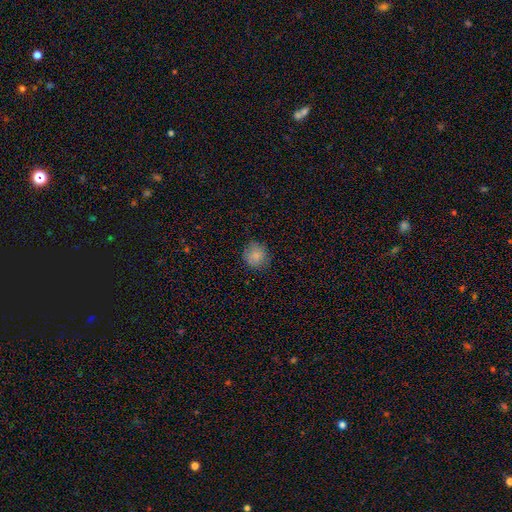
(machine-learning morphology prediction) smooth_or_featured: smooth (p=0.85) [alt: star or artifact p=0.09]
how_rounded: round (p=0.89) [alt: in between p=0.10]
merging: none (p=0.84) [alt: minor disturbance p=0.12]